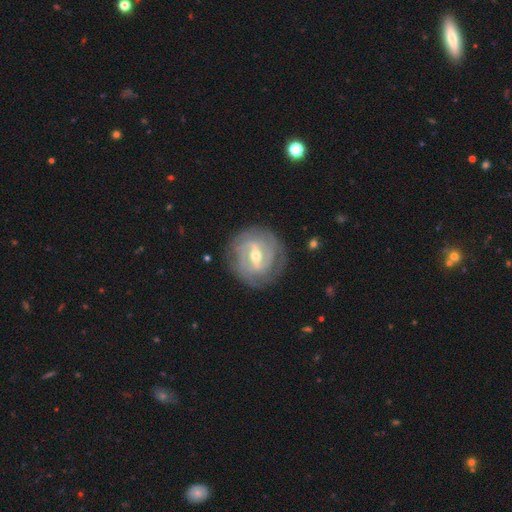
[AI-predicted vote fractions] Q: Smooth or featured?
A: featured or disk (87%); runner-up: smooth (9%)
Q: Edge-on disk?
A: no (95%); runner-up: yes (5%)
Q: Bar?
A: strong (52%); runner-up: weak (38%)
Q: Spiral arms?
A: yes (92%); runner-up: no (8%)
Q: Spiral winding?
A: tight (71%); runner-up: medium (23%)
Q: Spiral arm count?
A: 2 (37%); runner-up: can't tell (27%)
Q: Bulge size?
A: moderate (67%); runner-up: small (28%)
Q: Merging?
A: none (82%); runner-up: minor disturbance (12%)